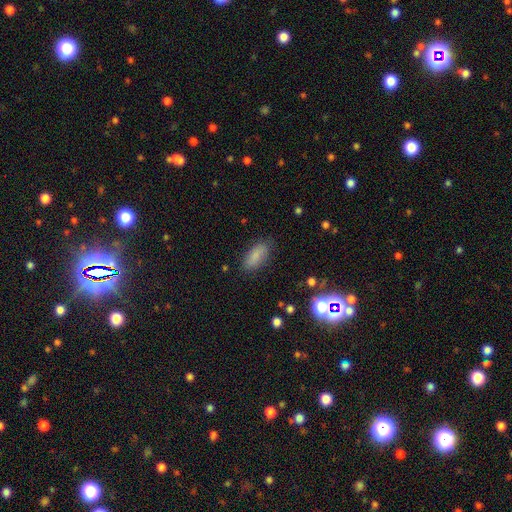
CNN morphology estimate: A smooth galaxy with no disk features (82%) that is in between round and cigar-shaped (81%). Merging: none (83%).